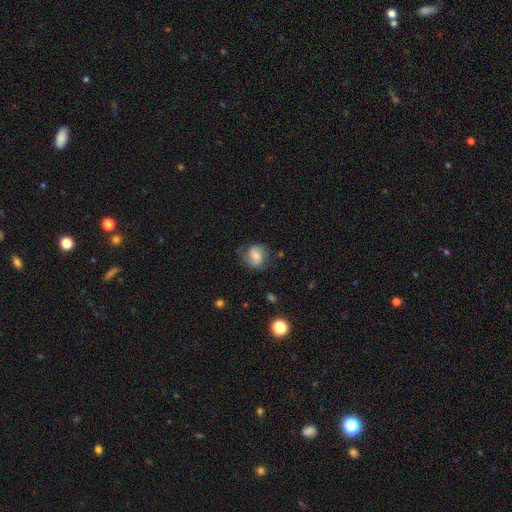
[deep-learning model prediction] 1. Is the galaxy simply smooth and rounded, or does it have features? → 58% smooth, 33% featured or disk, 9% star or artifact.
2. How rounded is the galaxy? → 72% round, 27% in between, 1% cigar-shaped.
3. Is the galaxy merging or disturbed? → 62% none, 25% minor disturbance, 12% major disturbance, 2% merger.